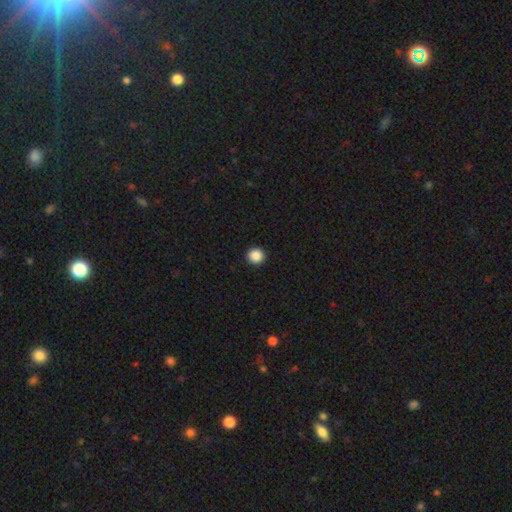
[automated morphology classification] smooth_or_featured: smooth (p=0.88) [alt: star or artifact p=0.10]
how_rounded: round (p=0.94) [alt: in between p=0.05]
merging: none (p=0.93) [alt: minor disturbance p=0.04]